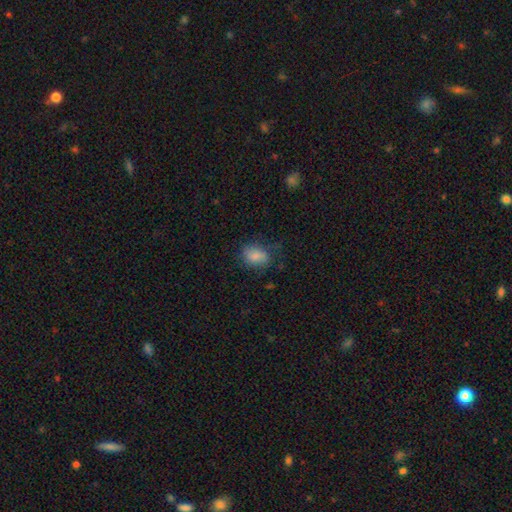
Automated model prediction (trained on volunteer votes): Smooth or featured: smooth — 82% (featured or disk — 10%)
How rounded: in between — 73% (round — 26%)
Merging: none — 62% (minor disturbance — 25%)